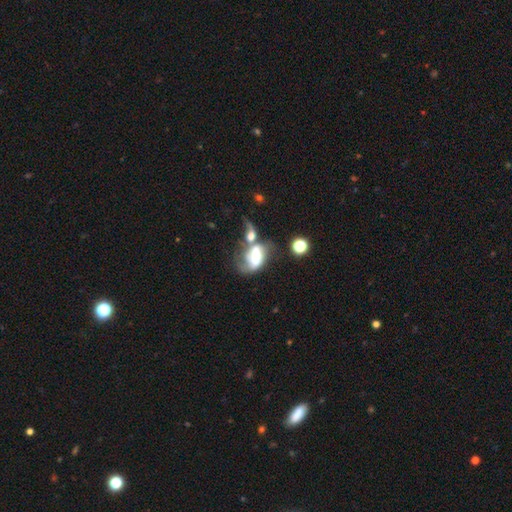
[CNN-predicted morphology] The model was most divided on "bar": no: 47%, weak: 30%, strong: 23%. Remaining: edge-on disk — no (95%); smooth or featured — featured or disk (60%); spiral arms — yes (59%); merging — merger (54%); bulge size — moderate (44%).